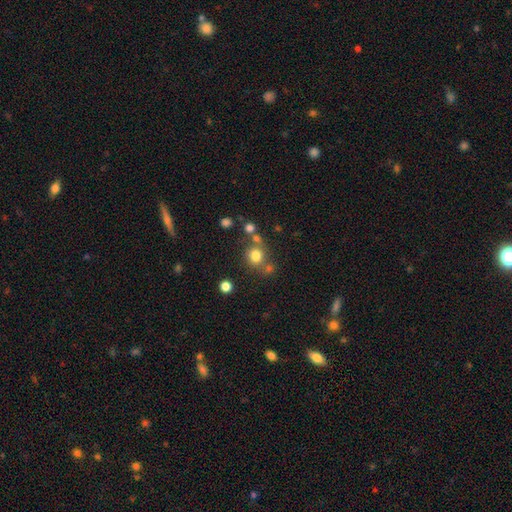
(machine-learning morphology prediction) The model was most divided on "merging": none: 66%, merger: 19%, minor disturbance: 10%, major disturbance: 5%. More confident: how rounded — round (87%); smooth or featured — smooth (77%).